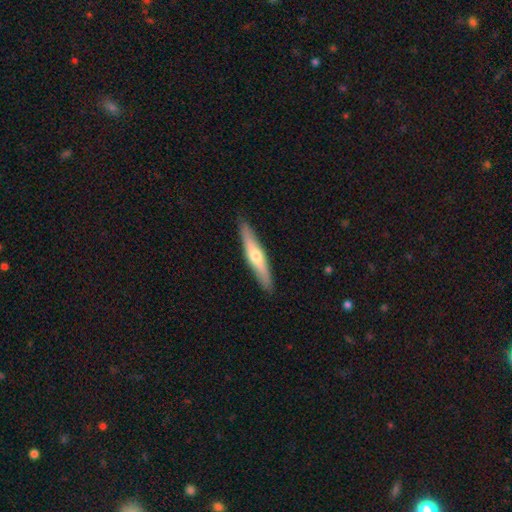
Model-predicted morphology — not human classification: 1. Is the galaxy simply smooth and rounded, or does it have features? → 51% featured or disk, 44% smooth, 5% star or artifact.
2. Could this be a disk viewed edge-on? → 90% yes, 10% no.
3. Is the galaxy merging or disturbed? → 90% none, 8% minor disturbance, 2% major disturbance, 1% merger.